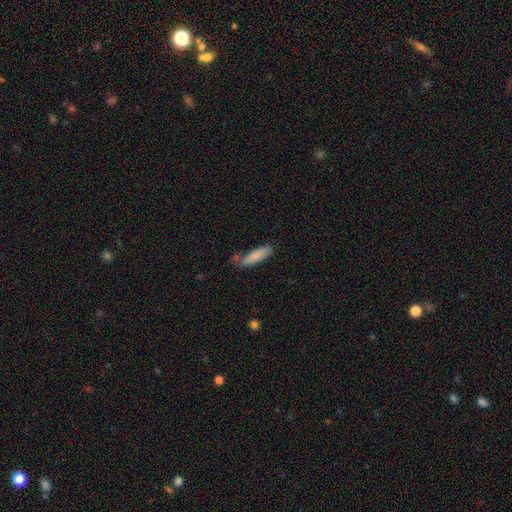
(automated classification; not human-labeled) smooth_or_featured: smooth (p=0.84) [alt: featured or disk p=0.10]
how_rounded: cigar-shaped (p=0.61) [alt: in between p=0.37]
merging: none (p=0.67) [alt: minor disturbance p=0.21]